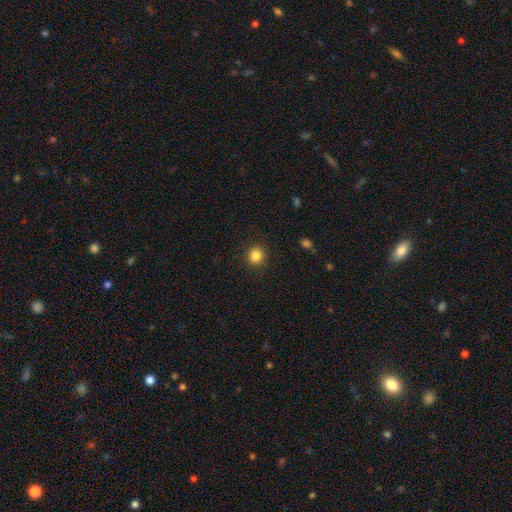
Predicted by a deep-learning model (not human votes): smooth-or-featured: smooth: 85% | star or artifact: 11% | featured or disk: 4%
  how-rounded: round: 89% | in between: 10% | cigar-shaped: 1%
  merging: none: 90% | minor disturbance: 7% | major disturbance: 2% | merger: 1%